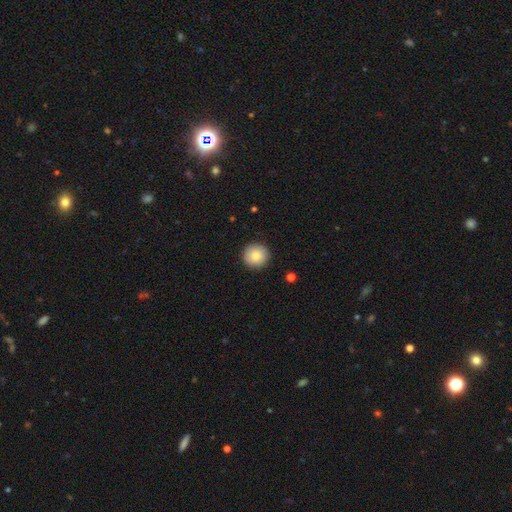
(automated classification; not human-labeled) smooth-or-featured: smooth: 83% | featured or disk: 9% | star or artifact: 8%
  how-rounded: round: 96% | in between: 3% | cigar-shaped: 1%
  merging: none: 92% | minor disturbance: 6% | major disturbance: 2% | merger: 1%